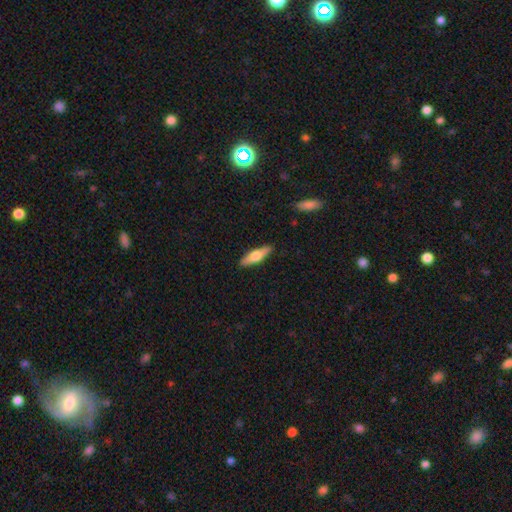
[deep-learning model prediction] Overall: smooth (50%; featured or disk 44%). How rounded: cigar-shaped (59%; in between 38%). Merging: none (89%).